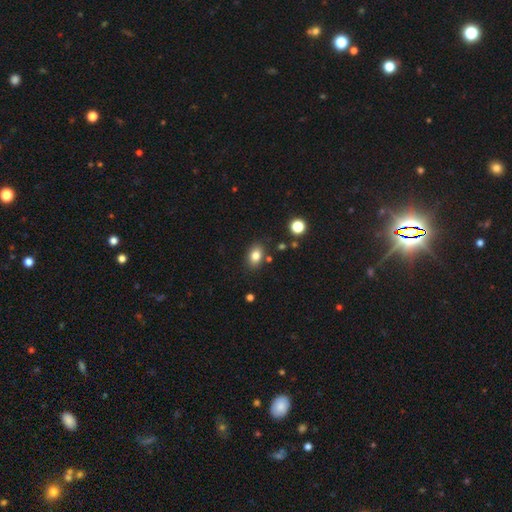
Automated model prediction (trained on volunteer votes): smooth 81%, star or artifact 10%, featured or disk 8%. Down the decision tree: how rounded — in between (78%); merging — none (83%).